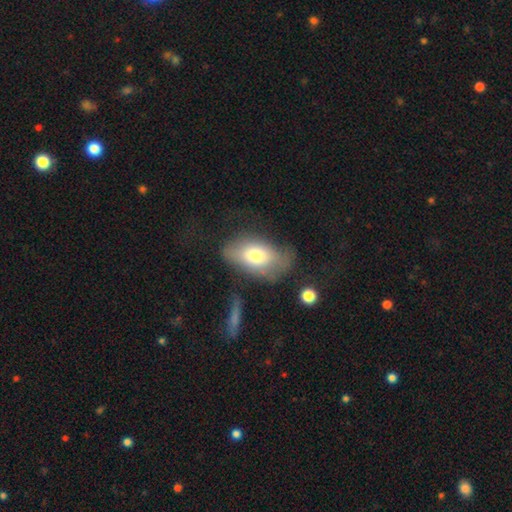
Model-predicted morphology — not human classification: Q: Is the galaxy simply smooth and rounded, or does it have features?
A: smooth — 69%.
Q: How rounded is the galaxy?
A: in between — 90%.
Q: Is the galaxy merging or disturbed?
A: none — 46%.